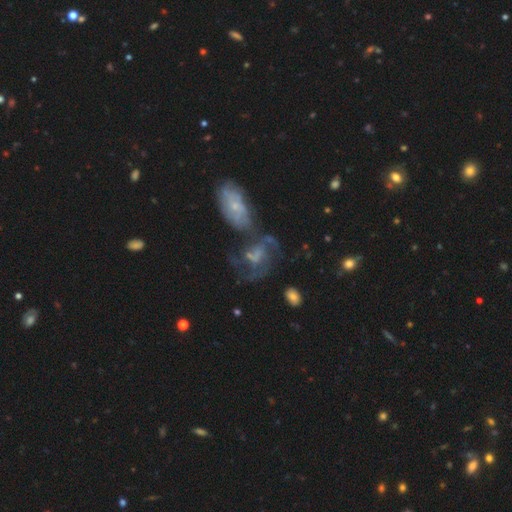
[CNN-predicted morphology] This appears to be a featured or disk galaxy (67%) with no bar (52%), spiral arms (76%) and no central bulge (41%). Merging: none (32%).